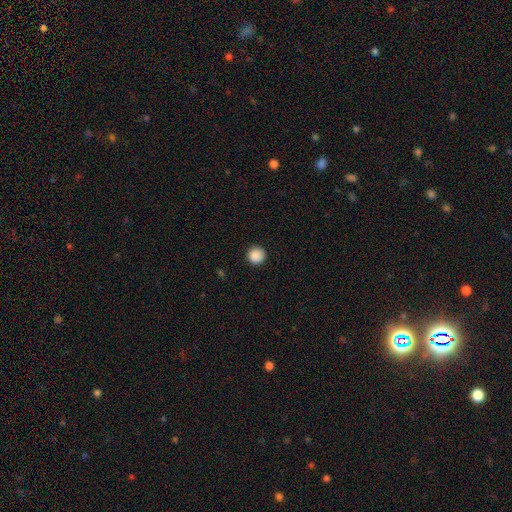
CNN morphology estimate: Smooth or featured: smooth — 89% (star or artifact — 9%)
How rounded: round — 96% (in between — 3%)
Merging: none — 93% (minor disturbance — 5%)